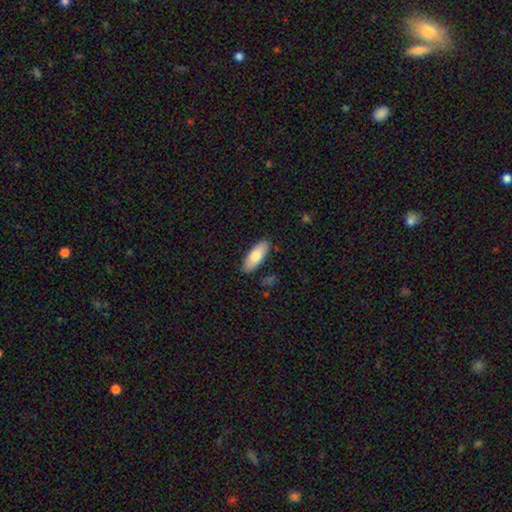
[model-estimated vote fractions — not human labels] Smooth or featured: smooth — 77% (featured or disk — 18%)
How rounded: in between — 78% (cigar-shaped — 20%)
Merging: none — 87% (minor disturbance — 9%)